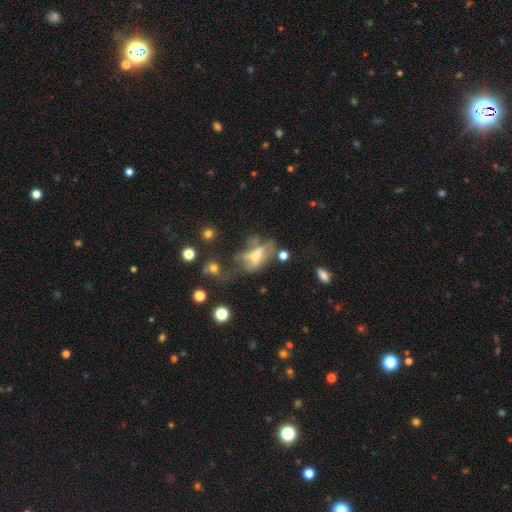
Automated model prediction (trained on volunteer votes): Smooth or featured?
  - featured or disk: 47% *
  - smooth: 40%
  - star or artifact: 13%
Merging?
  - major disturbance: 37% *
  - none: 27%
  - minor disturbance: 19%
  - merger: 17%